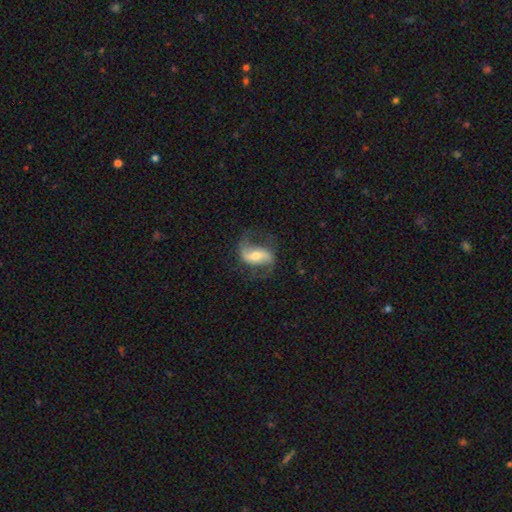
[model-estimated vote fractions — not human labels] smooth-or-featured: featured or disk: 82% | smooth: 12% | star or artifact: 6%
  disk-edge-on: no: 96% | yes: 4%
    bar: strong: 39% | weak: 37% | no: 25%
    has-spiral-arms: yes: 94% | no: 6%
      spiral-winding: loose: 59% | medium: 33% | tight: 8%
      spiral-arm-count: 2: 92% | can't tell: 3% | 1: 2% | 3: 1% | 4: 1% | more than 4: 1%
    bulge-size: moderate: 58% | small: 32% | large: 6% | none: 2% | dominant: 1%
  merging: none: 72% | minor disturbance: 16% | major disturbance: 10% | merger: 1%